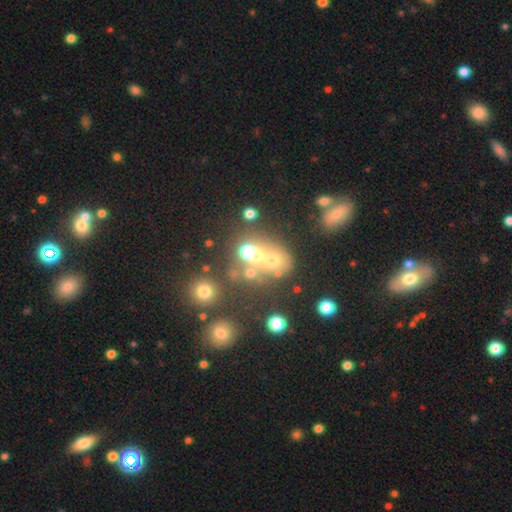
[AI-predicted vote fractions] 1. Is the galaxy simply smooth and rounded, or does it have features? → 50% smooth, 28% star or artifact, 22% featured or disk.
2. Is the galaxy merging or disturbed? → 45% none, 37% merger, 10% minor disturbance, 8% major disturbance.